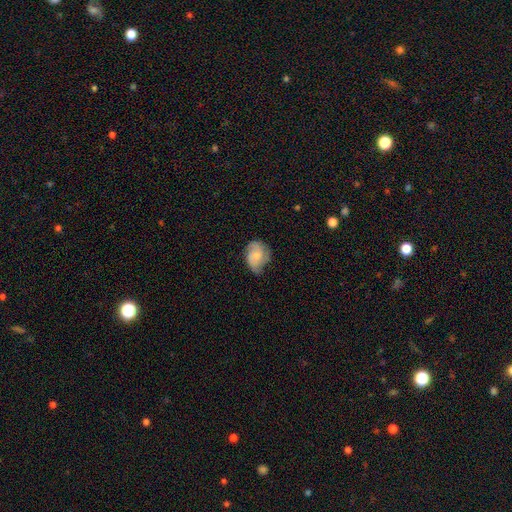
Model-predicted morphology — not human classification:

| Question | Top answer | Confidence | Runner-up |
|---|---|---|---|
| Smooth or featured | smooth | 52% | featured or disk (41%) |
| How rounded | in between | 58% | round (41%) |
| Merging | none | 53% | minor disturbance (35%) |